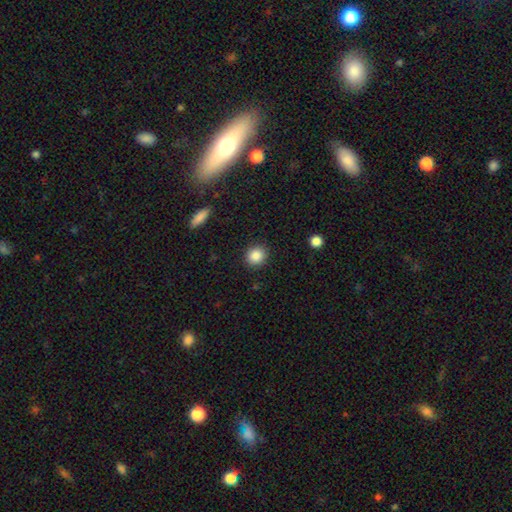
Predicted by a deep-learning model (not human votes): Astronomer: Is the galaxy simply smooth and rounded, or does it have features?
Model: smooth — 86%.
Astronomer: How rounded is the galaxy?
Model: round — 85%.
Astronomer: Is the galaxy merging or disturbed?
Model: none — 90%.